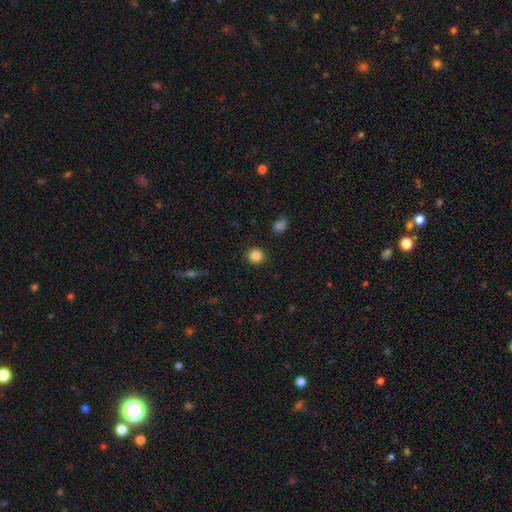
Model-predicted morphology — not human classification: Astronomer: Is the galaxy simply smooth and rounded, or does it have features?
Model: smooth — 85%.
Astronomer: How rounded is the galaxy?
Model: round — 90%.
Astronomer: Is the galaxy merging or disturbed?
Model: none — 90%.